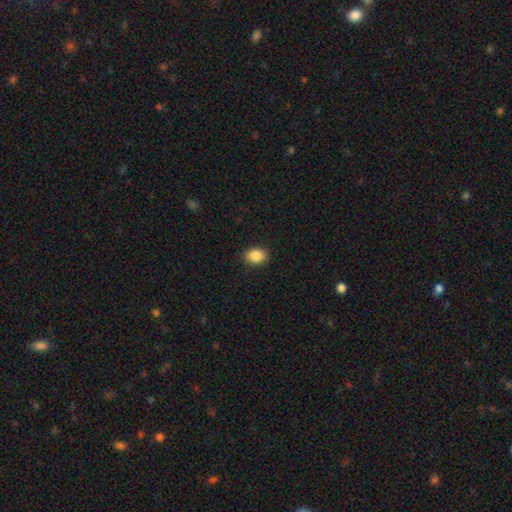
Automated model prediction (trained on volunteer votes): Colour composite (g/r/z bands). It shows a smooth galaxy with no disk features (88%) that is in between round and cigar-shaped (67%). Merging: none (90%).